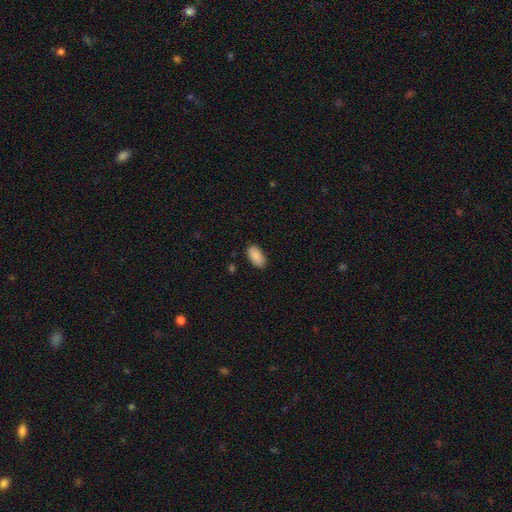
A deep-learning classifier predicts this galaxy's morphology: The model was most divided on "merging": none: 87%, minor disturbance: 10%, major disturbance: 2%, merger: 1%. More confident: how rounded — in between (95%); smooth or featured — smooth (90%).